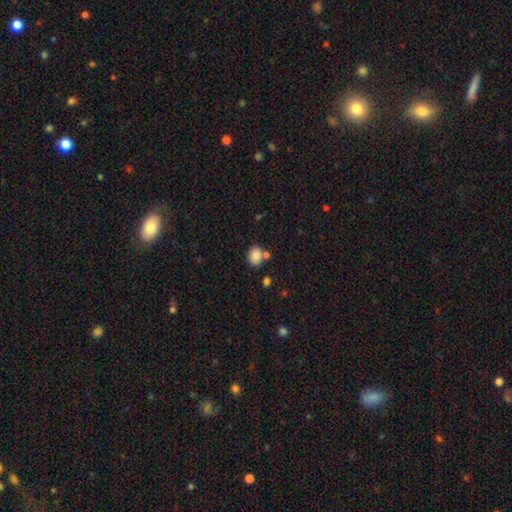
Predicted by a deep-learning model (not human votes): Overall: smooth (86%). How rounded: in between (54%; round 45%). Merging: none (65%).